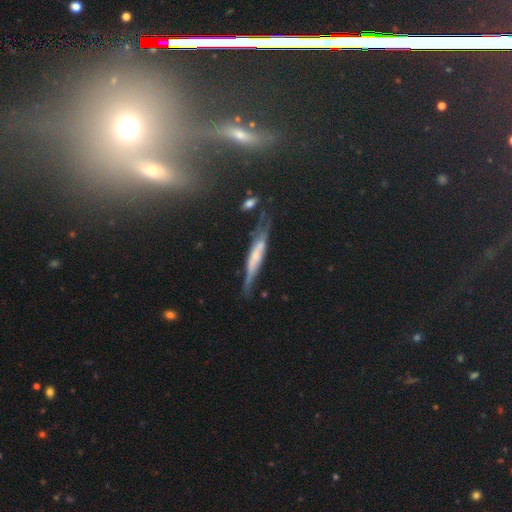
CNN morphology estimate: featured or disk 58%, smooth 32%, star or artifact 10%. Down the decision tree: edge-on disk — yes (77%); merging — none (55%).